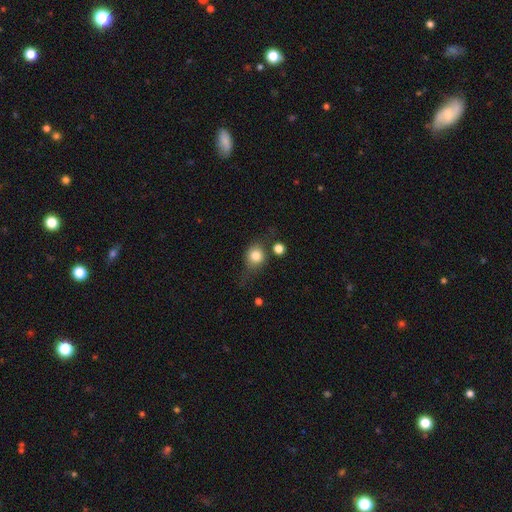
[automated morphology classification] Smooth or featured? Predicted: smooth (p=0.75). How rounded? Predicted: round (p=0.72). Merging? Predicted: none (p=0.58).